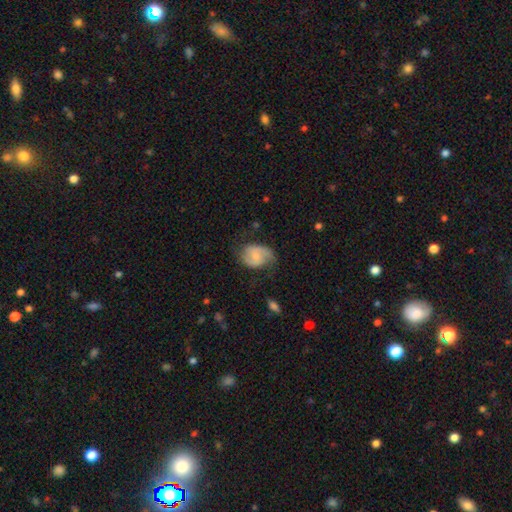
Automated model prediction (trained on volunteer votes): Smooth or featured? Predicted: featured or disk (p=0.61). Edge-on disk? Predicted: no (p=0.97). Bar? Predicted: no (p=0.54). Spiral arms? Predicted: yes (p=0.90). Spiral winding? Predicted: medium (p=0.46). Spiral arm count? Predicted: 2 (p=0.79). Bulge size? Predicted: small (p=0.54). Merging? Predicted: none (p=0.58).